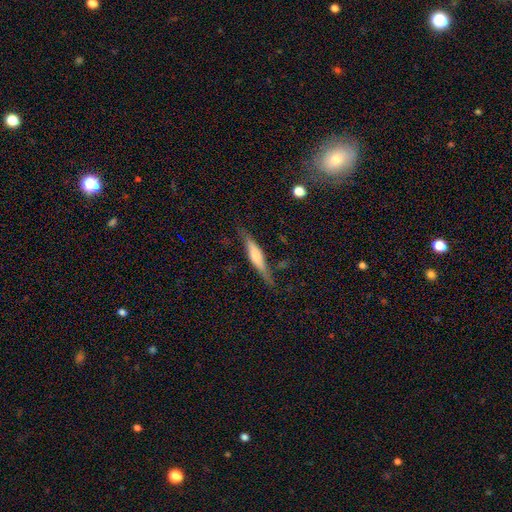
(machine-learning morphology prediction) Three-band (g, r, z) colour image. It shows a featured or disk galaxy (50%). Merging: none (71%).